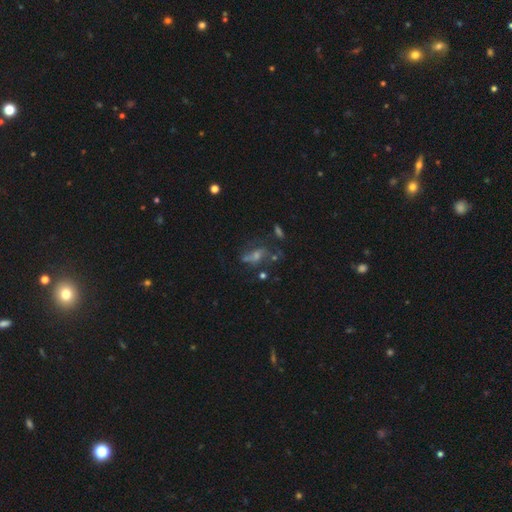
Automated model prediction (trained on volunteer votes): This is possibly a featured or disk galaxy (45%). Merging: possibly none (49%).